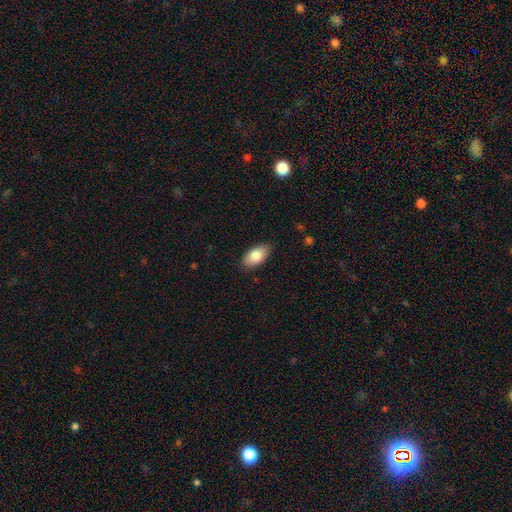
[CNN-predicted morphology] Q: Smooth or featured?
A: smooth (83%); runner-up: featured or disk (10%)
Q: How rounded?
A: in between (94%); runner-up: round (3%)
Q: Merging?
A: none (87%); runner-up: minor disturbance (10%)